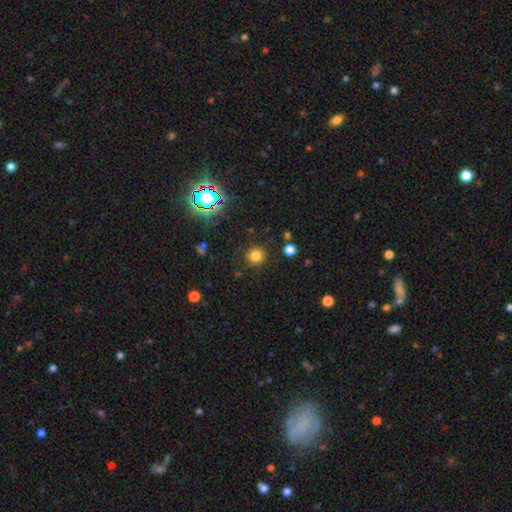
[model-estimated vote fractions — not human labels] Q: Smooth or featured?
A: smooth (79%); runner-up: star or artifact (17%)
Q: How rounded?
A: round (93%); runner-up: in between (6%)
Q: Merging?
A: none (89%); runner-up: minor disturbance (6%)